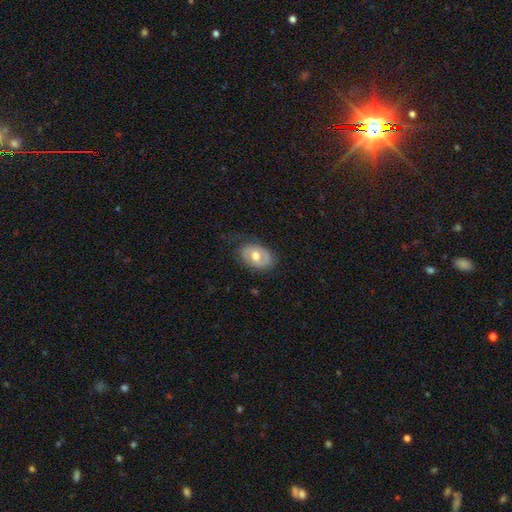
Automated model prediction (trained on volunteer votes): smooth_or_featured: smooth (p=0.51) [alt: featured or disk p=0.43]
how_rounded: in between (p=0.78) [alt: round p=0.21]
merging: none (p=0.68) [alt: minor disturbance p=0.22]